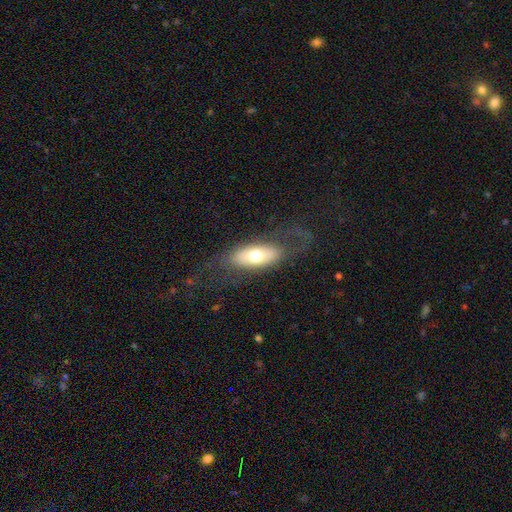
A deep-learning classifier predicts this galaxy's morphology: Smooth or featured?
  - smooth: 55% *
  - featured or disk: 38%
  - star or artifact: 7%
How rounded?
  - in between: 82% *
  - cigar-shaped: 13%
  - round: 4%
Merging?
  - none: 66% *
  - major disturbance: 18%
  - minor disturbance: 15%
  - merger: 1%